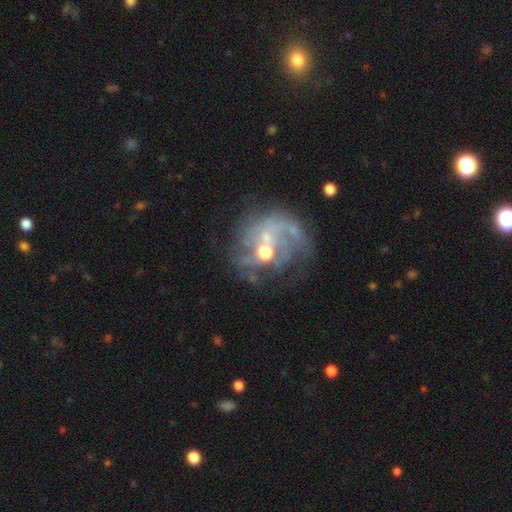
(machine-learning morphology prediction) Smooth or featured?
  - featured or disk: 75% *
  - smooth: 13%
  - star or artifact: 12%
Edge-on disk?
  - no: 98% *
  - yes: 2%
Bar?
  - no: 64% *
  - weak: 28%
  - strong: 7%
Spiral arms?
  - yes: 77% *
  - no: 23%
Spiral winding?
  - medium: 39% *
  - loose: 37%
  - tight: 24%
Spiral arm count?
  - 2: 30% *
  - can't tell: 26%
  - 1: 22%
  - 3: 12%
  - 4: 5%
  - more than 4: 5%
Bulge size?
  - moderate: 56% *
  - small: 31%
  - none: 7%
  - large: 5%
  - dominant: 2%
Merging?
  - none: 43% *
  - major disturbance: 28%
  - minor disturbance: 16%
  - merger: 13%